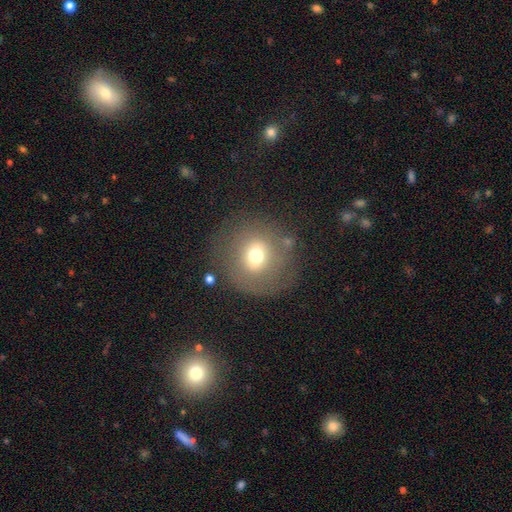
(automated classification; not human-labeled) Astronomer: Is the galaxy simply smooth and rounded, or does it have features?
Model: smooth — 63%.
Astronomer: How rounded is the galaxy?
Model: round — 88%.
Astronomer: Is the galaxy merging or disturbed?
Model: none — 72%.